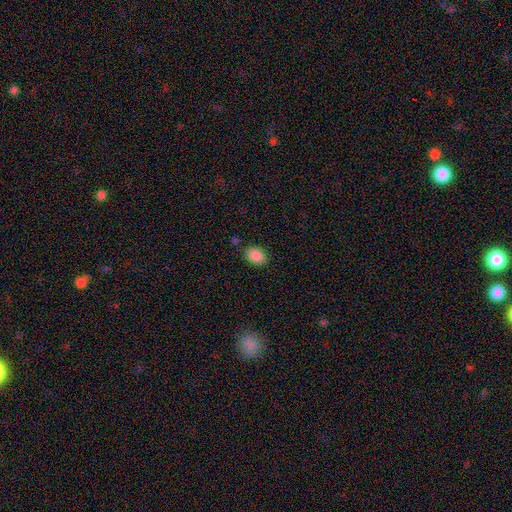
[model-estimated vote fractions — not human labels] Q: Smooth or featured?
A: smooth (88%); runner-up: star or artifact (8%)
Q: How rounded?
A: in between (68%); runner-up: round (31%)
Q: Merging?
A: none (82%); runner-up: minor disturbance (12%)